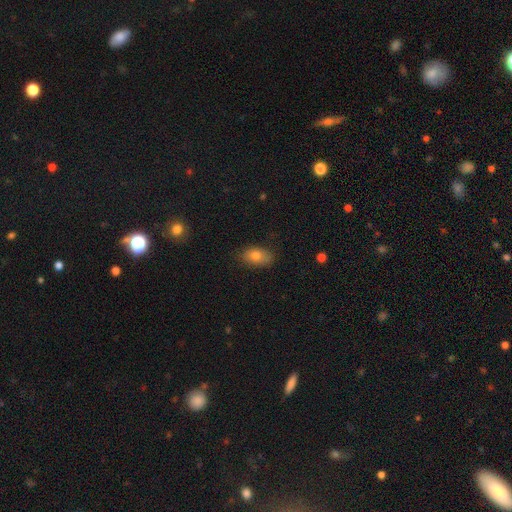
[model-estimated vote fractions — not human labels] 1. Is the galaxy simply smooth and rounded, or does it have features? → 79% smooth, 12% featured or disk, 8% star or artifact.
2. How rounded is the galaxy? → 88% in between, 10% round, 2% cigar-shaped.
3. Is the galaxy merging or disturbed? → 80% none, 16% minor disturbance, 3% major disturbance, 1% merger.